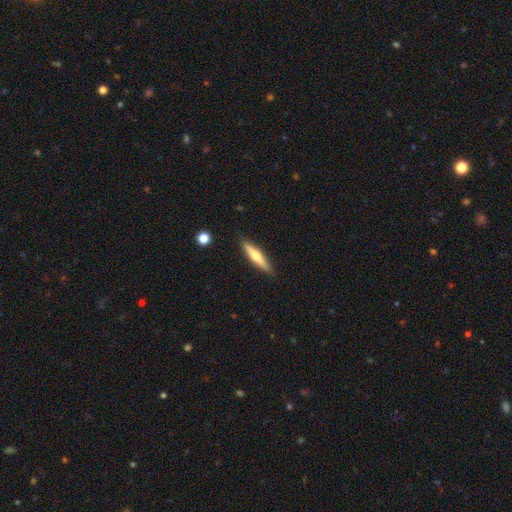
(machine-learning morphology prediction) A featured or disk galaxy (48%).

Vote fractions:
- Smooth or featured? featured or disk: 48% / smooth: 46% / star or artifact: 6%
- Merging? none: 89% / minor disturbance: 8% / major disturbance: 2% / merger: 1%